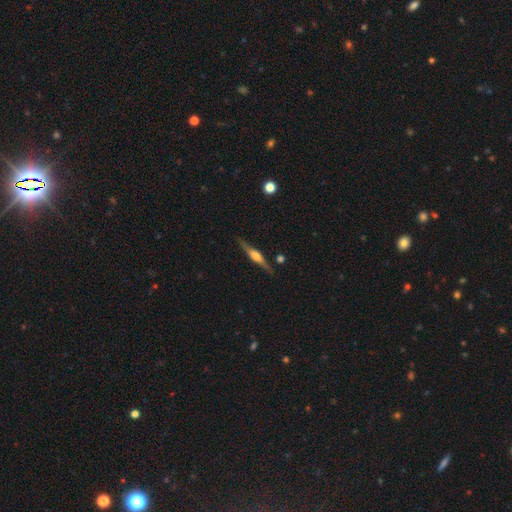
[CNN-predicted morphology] This is likely a featured or disk galaxy (73%). It is clearly viewed edge-on (97%). Edge-on bulge: likely rounded (73%). Merging: clearly none (87%).